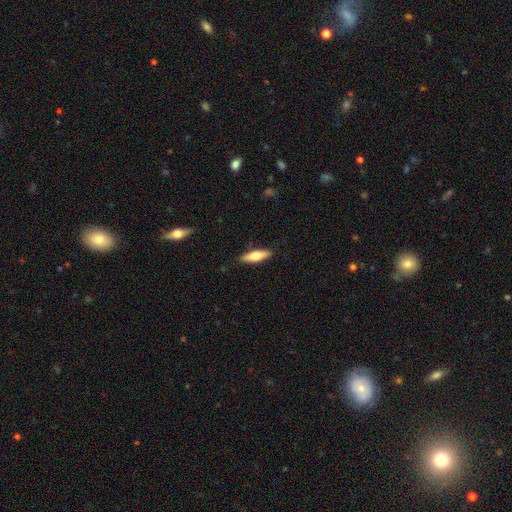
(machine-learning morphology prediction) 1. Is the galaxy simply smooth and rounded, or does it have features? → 59% smooth, 35% featured or disk, 6% star or artifact.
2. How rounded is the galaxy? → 58% cigar-shaped, 40% in between, 2% round.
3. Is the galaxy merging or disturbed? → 88% none, 9% minor disturbance, 2% major disturbance, 1% merger.